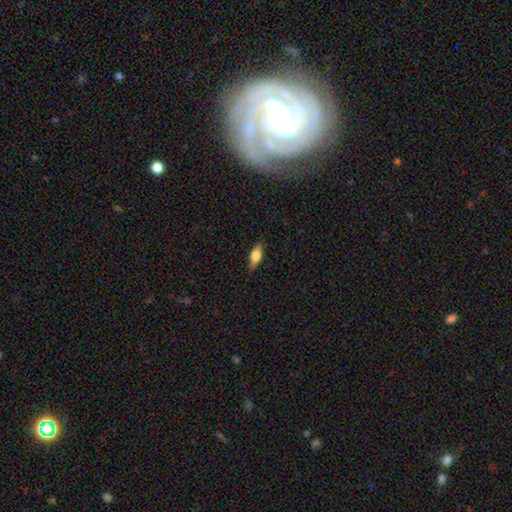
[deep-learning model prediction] smooth-or-featured: smooth: 64% | featured or disk: 29% | star or artifact: 7%
  how-rounded: in between: 70% | cigar-shaped: 26% | round: 4%
  merging: none: 85% | minor disturbance: 11% | major disturbance: 2% | merger: 1%